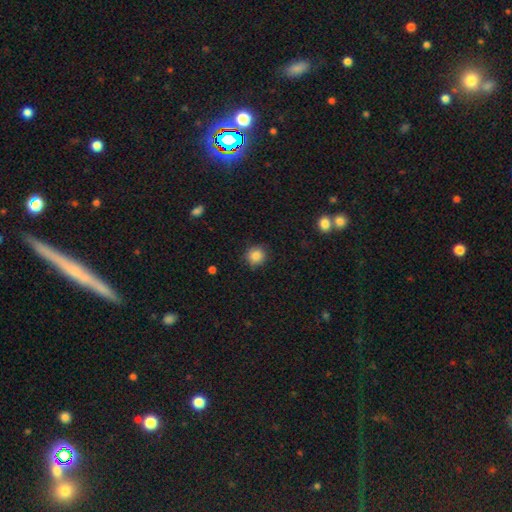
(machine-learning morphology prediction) type=smooth (84%); roundness=round (91%); merging=none (85%).